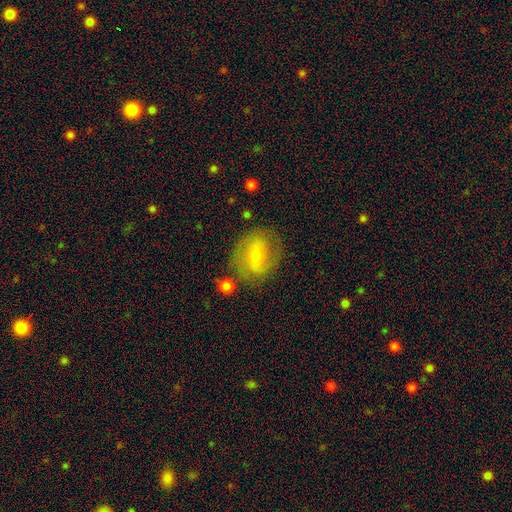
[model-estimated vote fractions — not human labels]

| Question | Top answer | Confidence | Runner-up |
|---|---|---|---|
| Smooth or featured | featured or disk | 49% | smooth (42%) |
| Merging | none | 70% | minor disturbance (18%) |